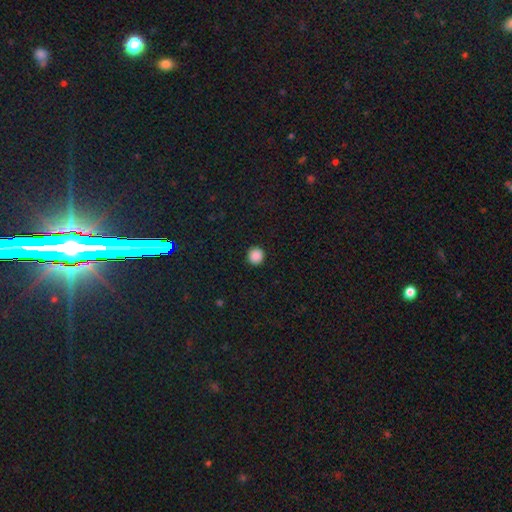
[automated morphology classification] Smooth or featured? smooth (88%)
How rounded? round (94%)
Merging? none (93%)